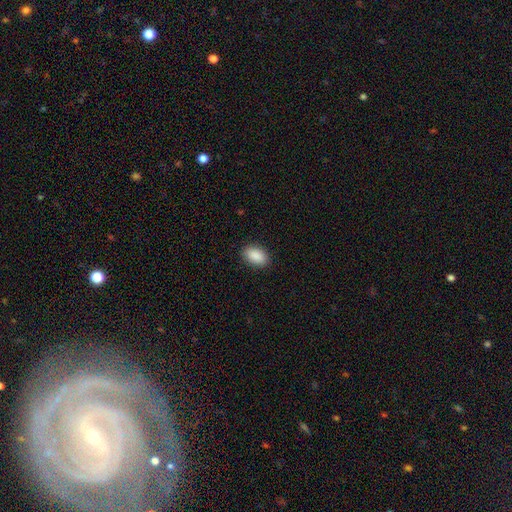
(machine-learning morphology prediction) Smooth or featured? Predicted: smooth (p=0.90). How rounded? Predicted: in between (p=0.92). Merging? Predicted: none (p=0.89).